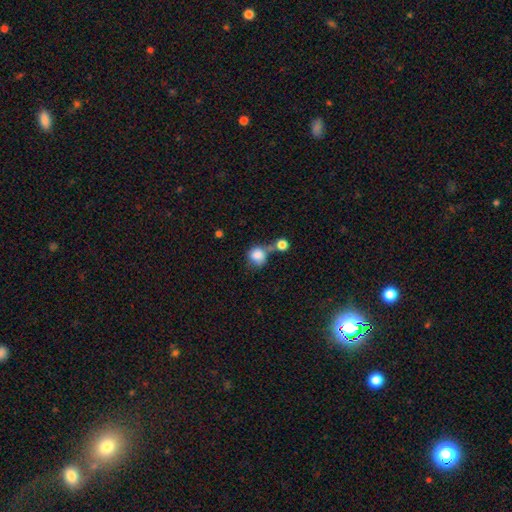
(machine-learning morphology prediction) smooth_or_featured: smooth (p=0.83) [alt: star or artifact p=0.09]
how_rounded: round (p=0.82) [alt: in between p=0.17]
merging: none (p=0.39) [alt: merger p=0.38]